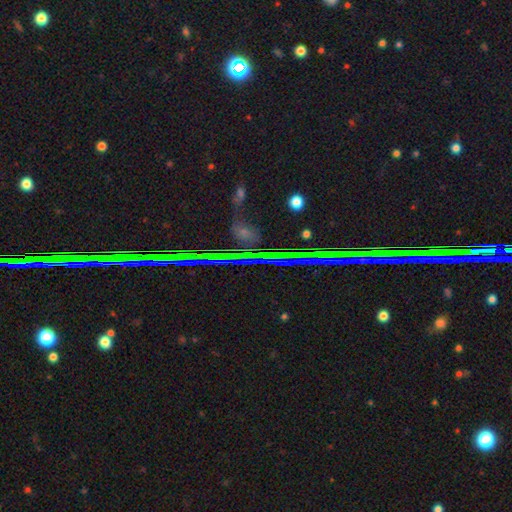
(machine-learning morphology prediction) Q: Smooth or featured?
A: star or artifact (86%); runner-up: featured or disk (8%)